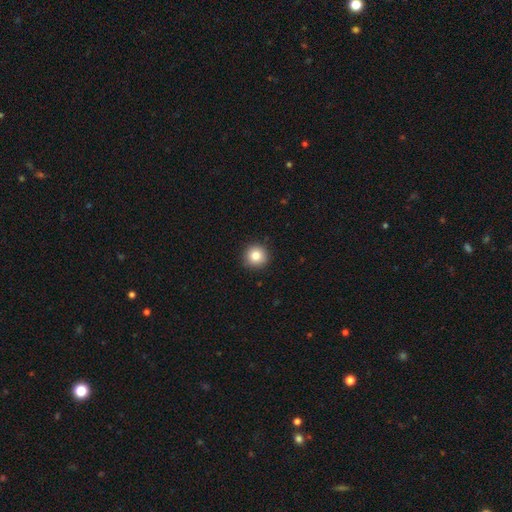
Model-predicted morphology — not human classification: Smooth or featured? smooth (84%)
How rounded? round (95%)
Merging? none (91%)